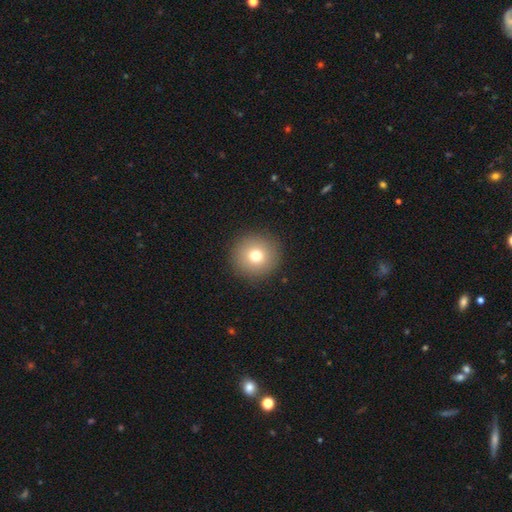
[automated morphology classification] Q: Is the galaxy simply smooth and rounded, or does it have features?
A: smooth — 75%.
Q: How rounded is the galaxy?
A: round — 95%.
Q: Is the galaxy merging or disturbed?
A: none — 92%.